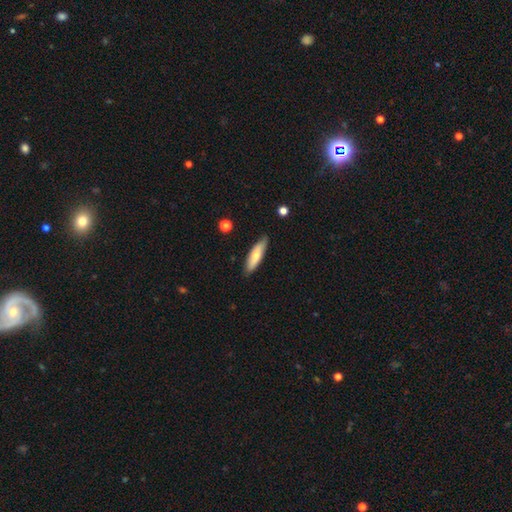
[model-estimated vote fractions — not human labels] Morphology: type=smooth (68%); roundness=cigar-shaped (63%); merging=none (84%).